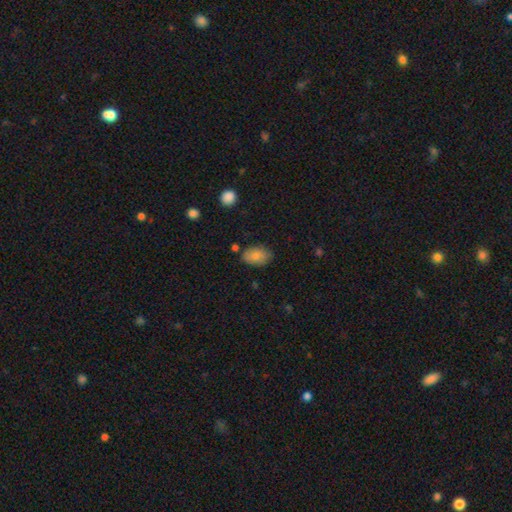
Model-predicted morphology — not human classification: This appears to be a smooth galaxy with no disk features (81%) that is in between round and cigar-shaped (88%). Merging: none (78%).